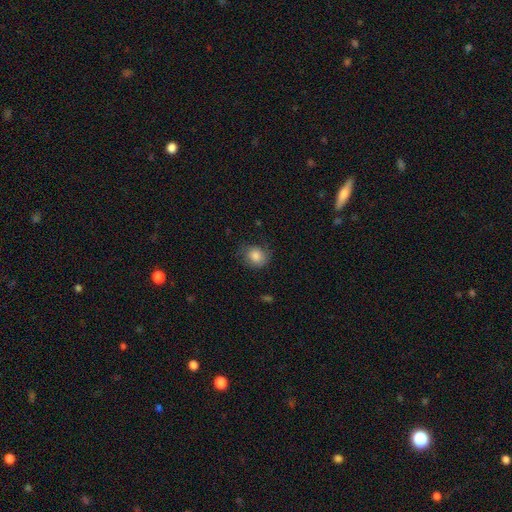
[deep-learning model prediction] A smooth galaxy with no disk features (79%) that is round (71%).

Vote fractions:
- Smooth or featured? smooth: 79% / featured or disk: 12% / star or artifact: 8%
- How rounded? round: 71% / in between: 28% / cigar-shaped: 1%
- Merging? none: 66% / minor disturbance: 24% / major disturbance: 9% / merger: 1%